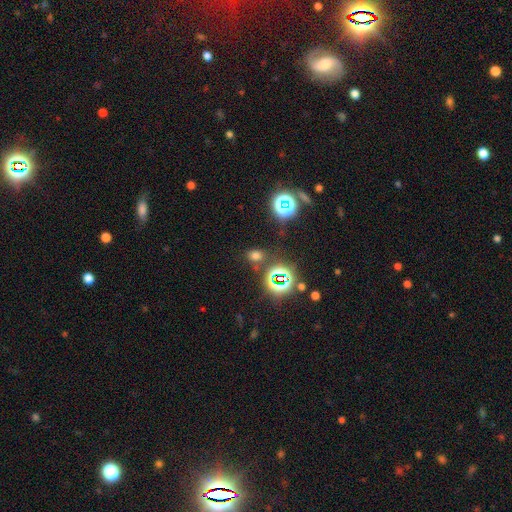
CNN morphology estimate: The model was most divided on "how rounded": round: 51%, in between: 47%, cigar-shaped: 2%. More confident: merging — none (78%); smooth or featured — smooth (59%).